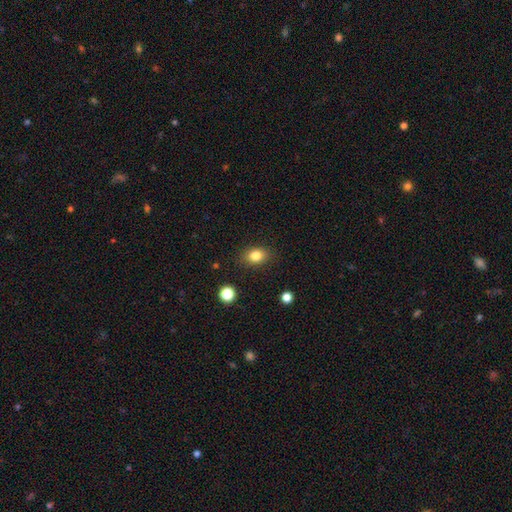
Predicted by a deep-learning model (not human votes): Smooth or featured?
  - smooth: 82% *
  - star or artifact: 10%
  - featured or disk: 8%
How rounded?
  - in between: 69% *
  - round: 30%
  - cigar-shaped: 1%
Merging?
  - none: 86% *
  - minor disturbance: 10%
  - major disturbance: 3%
  - merger: 1%